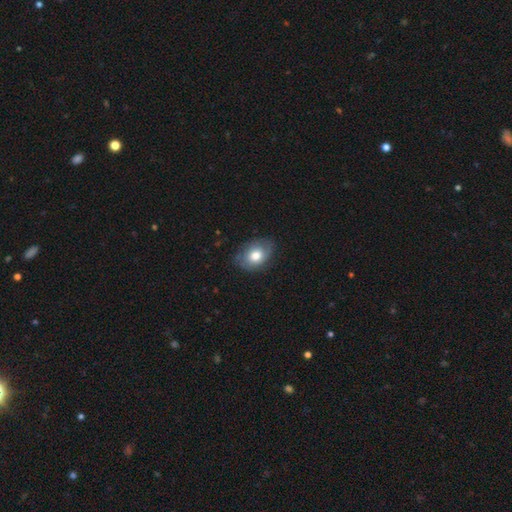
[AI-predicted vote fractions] smooth_or_featured: smooth (p=0.69) [alt: featured or disk p=0.24]
how_rounded: in between (p=0.76) [alt: round p=0.22]
merging: none (p=0.70) [alt: minor disturbance p=0.23]